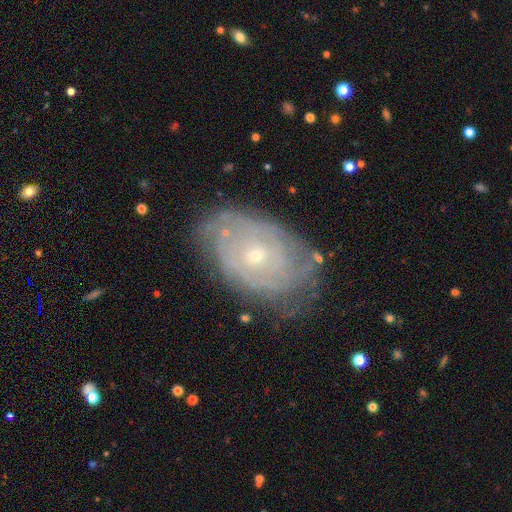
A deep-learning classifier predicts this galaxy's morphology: This is likely a featured or disk galaxy (76%). It is clearly not viewed edge-on (95%). Bar: likely no (75%). Spiral arm pattern: clearly yes (85%). Spiral arm count: possibly can't tell (56%). Spiral winding: likely tight (74%). Central bulge: likely small (69%). Merging: likely none (69%).